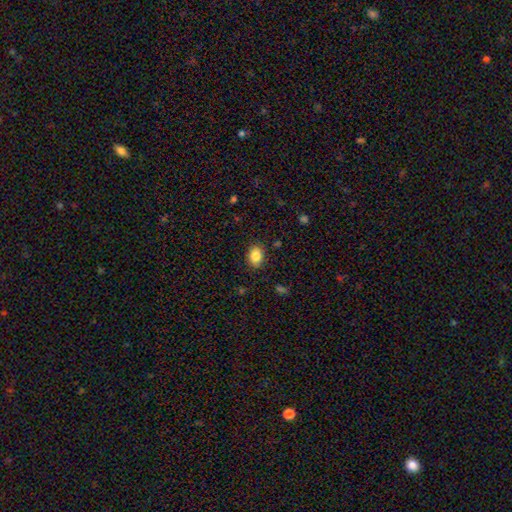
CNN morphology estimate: Smooth or featured: smooth — 85% (star or artifact — 9%)
How rounded: in between — 70% (round — 29%)
Merging: none — 86% (minor disturbance — 10%)